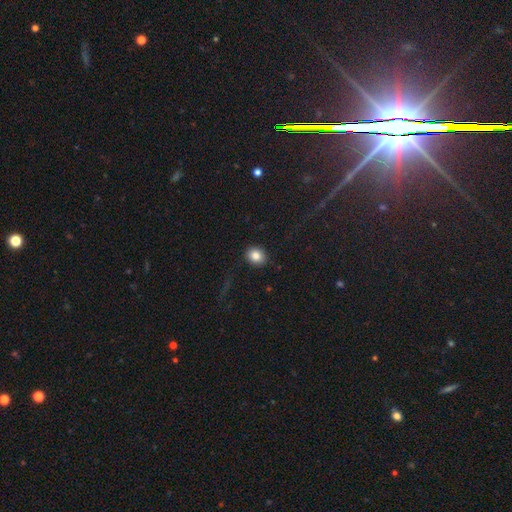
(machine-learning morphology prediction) type=smooth (84%); roundness=round (61%); merging=none (90%).